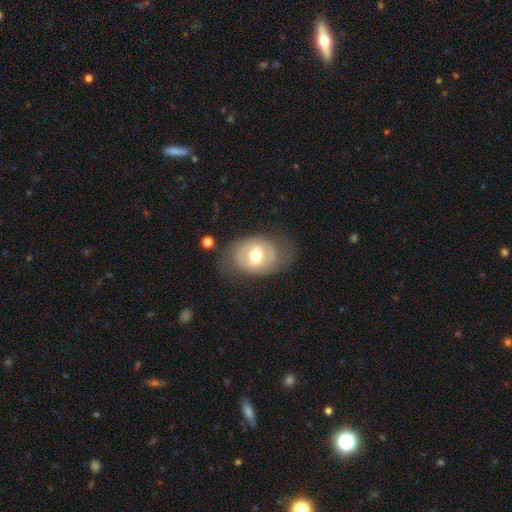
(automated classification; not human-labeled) A featured or disk galaxy (49%).

Vote fractions:
- Smooth or featured? featured or disk: 49% / smooth: 44% / star or artifact: 7%
- Merging? none: 67% / minor disturbance: 20% / major disturbance: 11% / merger: 2%